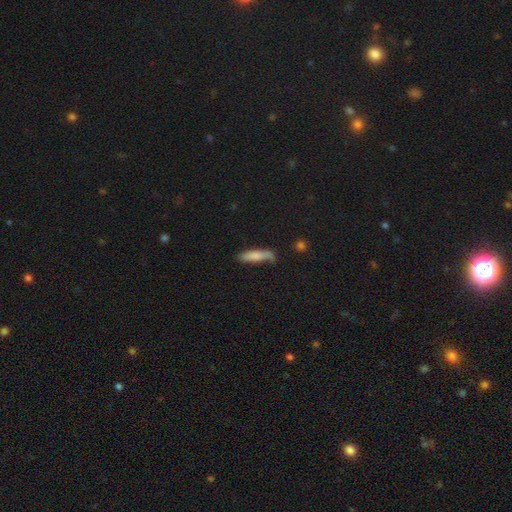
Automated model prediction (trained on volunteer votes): Q: Smooth or featured?
A: smooth (80%); runner-up: featured or disk (14%)
Q: How rounded?
A: cigar-shaped (72%); runner-up: in between (26%)
Q: Merging?
A: none (64%); runner-up: minor disturbance (26%)